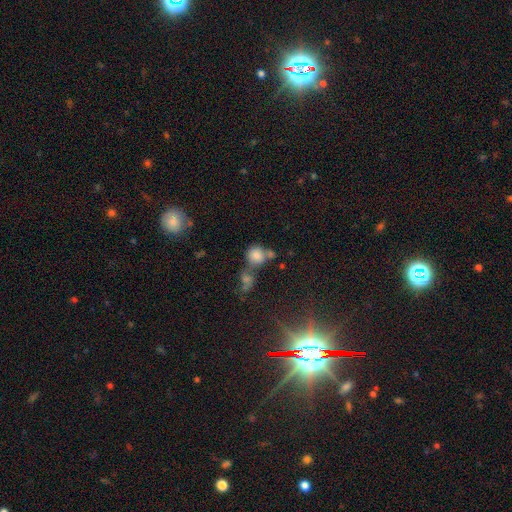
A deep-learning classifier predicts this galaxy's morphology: smooth 77%, star or artifact 14%, featured or disk 10%. Down the decision tree: how rounded — round (79%); merging — merger (43%).